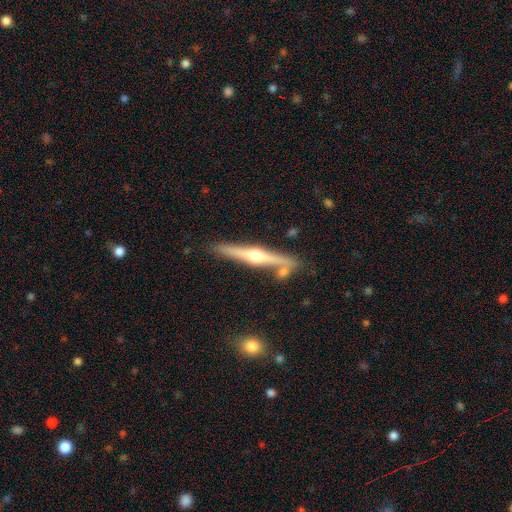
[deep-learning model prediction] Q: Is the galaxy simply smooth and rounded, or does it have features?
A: featured or disk — 74%.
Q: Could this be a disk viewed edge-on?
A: yes — 98%.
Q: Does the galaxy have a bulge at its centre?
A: rounded — 94%.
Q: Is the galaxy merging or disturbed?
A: none — 80%.